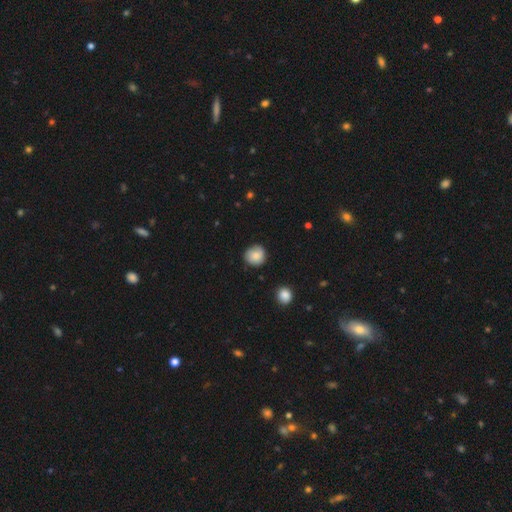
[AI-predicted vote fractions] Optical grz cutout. It shows a smooth galaxy with no disk features (79%) that is round (90%). Merging: none (82%).